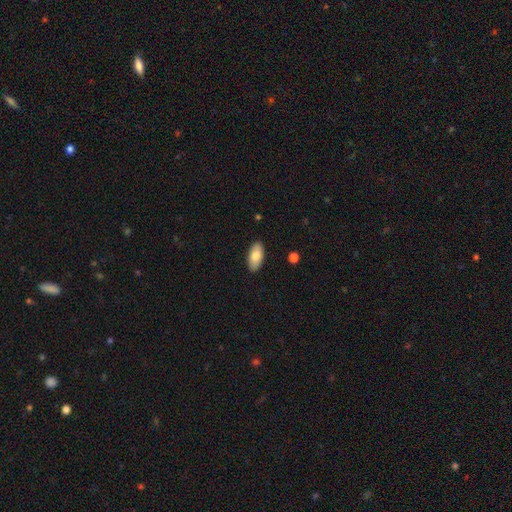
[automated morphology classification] Smooth or featured? smooth (79%)
How rounded? in between (92%)
Merging? none (89%)